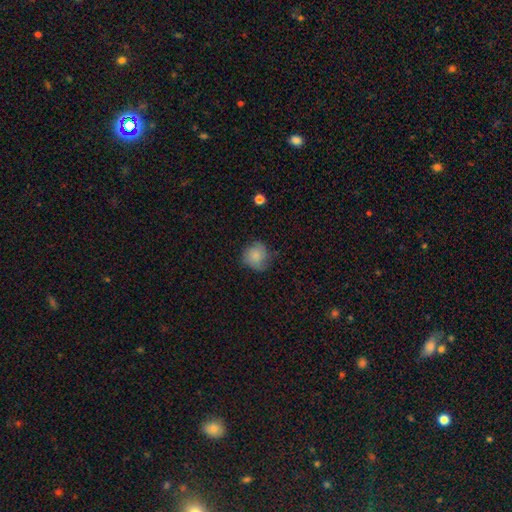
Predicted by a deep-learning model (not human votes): A smooth galaxy with no disk features (81%) that is round (87%). Merging: none (68%).